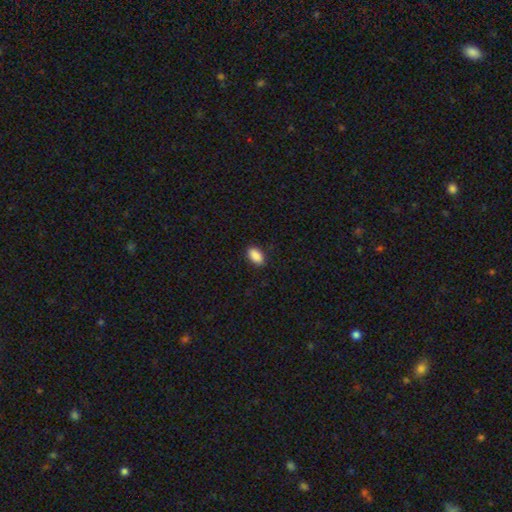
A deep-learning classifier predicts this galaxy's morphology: smooth-or-featured: smooth: 90% | star or artifact: 7% | featured or disk: 3%
  how-rounded: in between: 92% | round: 5% | cigar-shaped: 3%
  merging: none: 88% | minor disturbance: 9% | major disturbance: 2% | merger: 1%